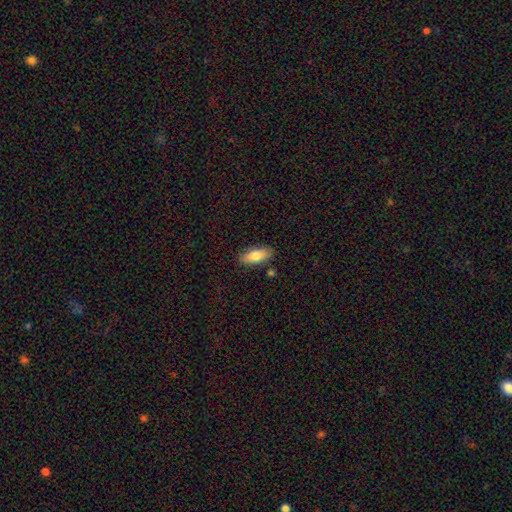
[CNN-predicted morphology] A smooth galaxy with no disk features (78%) that is in between round and cigar-shaped (83%). Merging: none (85%).